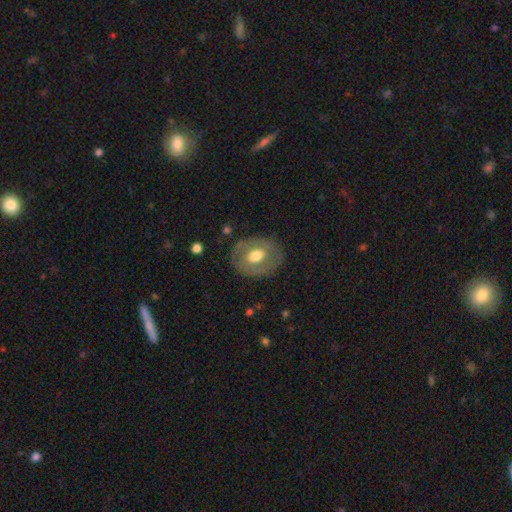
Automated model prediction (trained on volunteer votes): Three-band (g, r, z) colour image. It shows a smooth galaxy with no disk features (50%). Merging: none (79%).